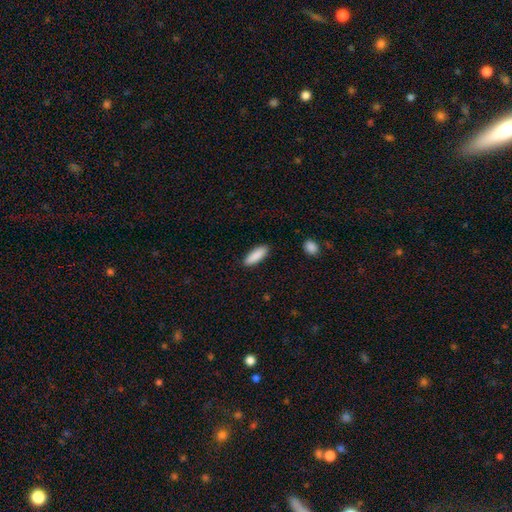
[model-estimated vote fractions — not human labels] smooth_or_featured: smooth (p=0.89) [alt: star or artifact p=0.06]
how_rounded: in between (p=0.53) [alt: cigar-shaped p=0.45]
merging: none (p=0.89) [alt: minor disturbance p=0.08]